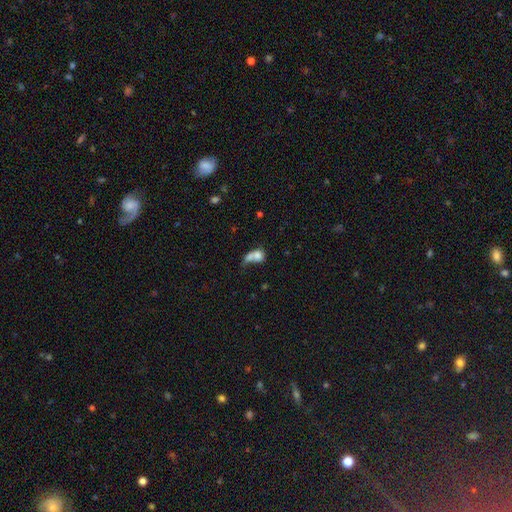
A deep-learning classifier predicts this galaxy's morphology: Smooth or featured?
  - smooth: 70% *
  - featured or disk: 20%
  - star or artifact: 11%
How rounded?
  - in between: 53% *
  - round: 44%
  - cigar-shaped: 3%
Merging?
  - merger: 56% *
  - none: 17%
  - major disturbance: 16%
  - minor disturbance: 10%